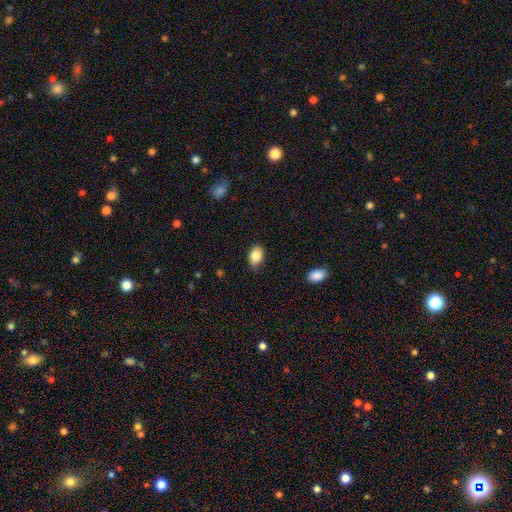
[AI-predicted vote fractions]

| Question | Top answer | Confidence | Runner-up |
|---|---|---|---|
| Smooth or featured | smooth | 85% | star or artifact (8%) |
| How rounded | in between | 86% | round (13%) |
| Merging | none | 81% | minor disturbance (15%) |